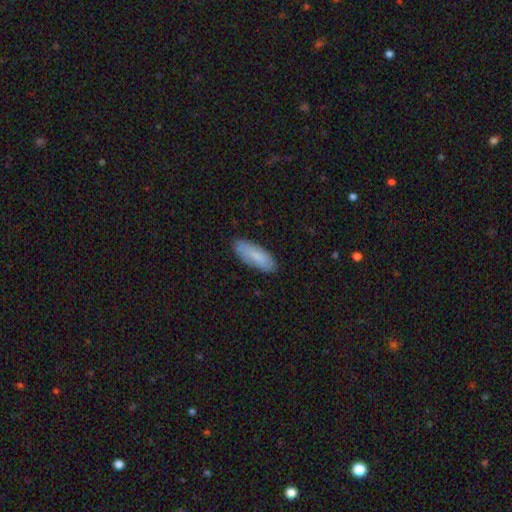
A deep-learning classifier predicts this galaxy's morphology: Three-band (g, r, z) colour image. It shows a smooth galaxy with no disk features (81%) that is in between round and cigar-shaped (66%). Merging: none (84%).